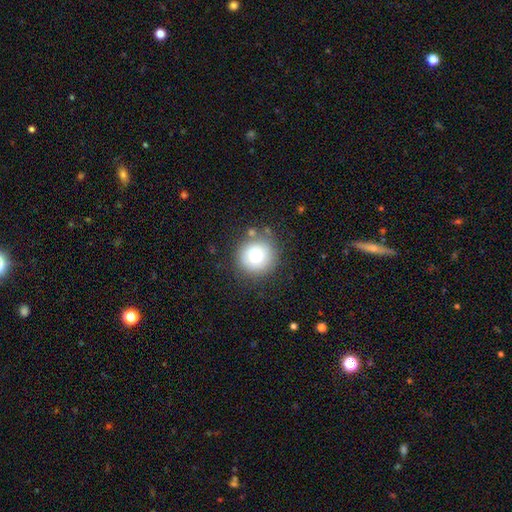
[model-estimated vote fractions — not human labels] Q: Smooth or featured?
A: smooth (73%); runner-up: featured or disk (17%)
Q: How rounded?
A: round (93%); runner-up: in between (6%)
Q: Merging?
A: none (79%); runner-up: minor disturbance (13%)